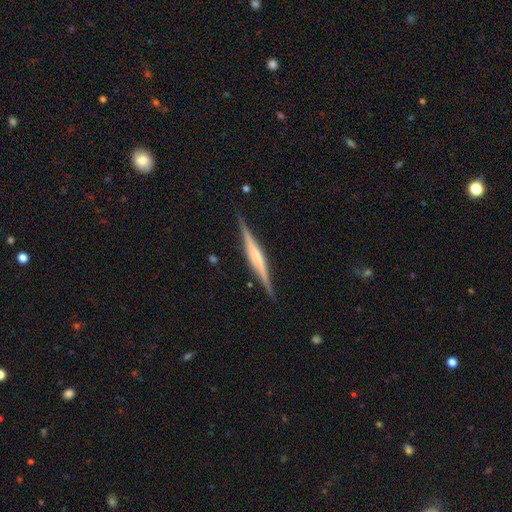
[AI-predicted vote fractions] This is likely a featured or disk galaxy (77%). It is clearly viewed edge-on (98%). Edge-on bulge: marginally rounded (40%). Merging: clearly none (90%).